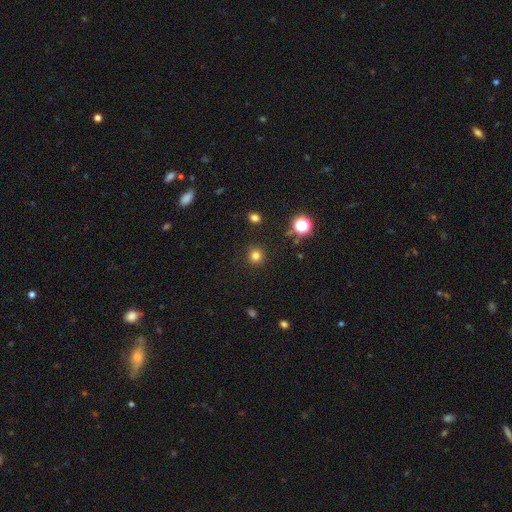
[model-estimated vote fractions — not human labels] smooth_or_featured: smooth (p=0.79) [alt: star or artifact p=0.16]
how_rounded: round (p=0.93) [alt: in between p=0.06]
merging: none (p=0.90) [alt: minor disturbance p=0.06]